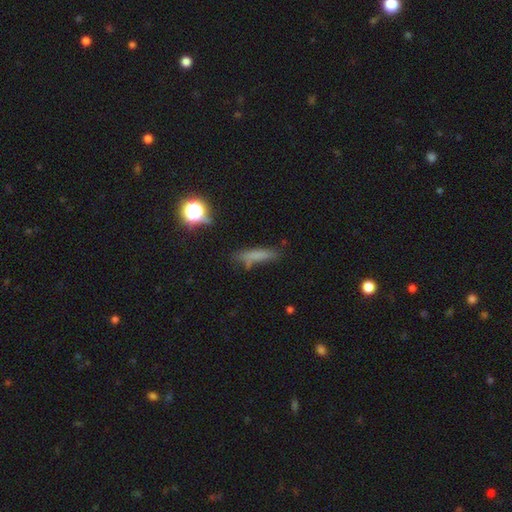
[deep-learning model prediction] A smooth galaxy with no disk features (66%) that is cigar-shaped (73%).

Vote fractions:
- Smooth or featured? smooth: 66% / featured or disk: 17% / star or artifact: 17%
- How rounded? cigar-shaped: 73% / in between: 23% / round: 4%
- Merging? none: 62% / minor disturbance: 24% / major disturbance: 9% / merger: 5%